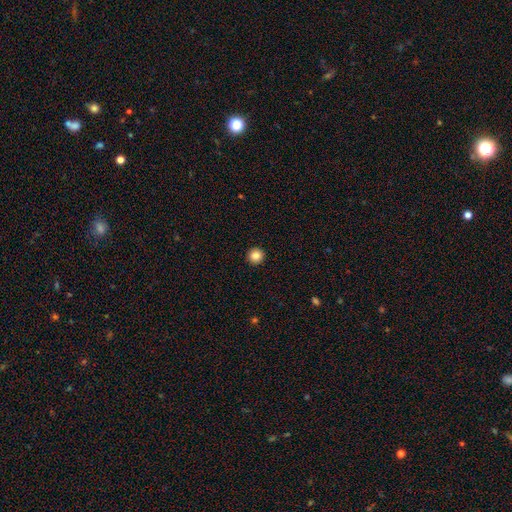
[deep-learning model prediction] Q: Smooth or featured?
A: smooth (85%); runner-up: star or artifact (10%)
Q: How rounded?
A: round (96%); runner-up: in between (3%)
Q: Merging?
A: none (94%); runner-up: minor disturbance (4%)